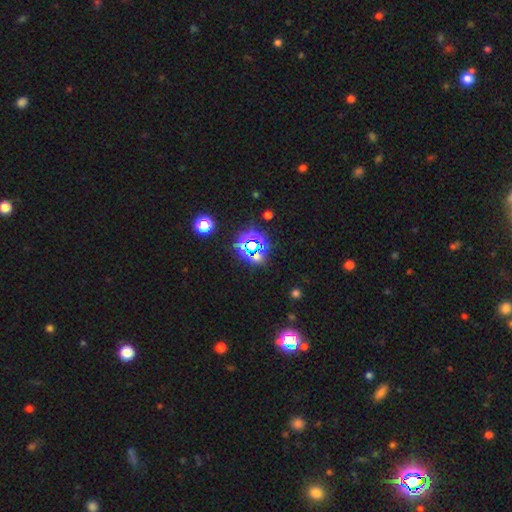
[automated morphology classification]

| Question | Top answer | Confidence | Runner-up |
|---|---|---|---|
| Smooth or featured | star or artifact | 74% | smooth (18%) |